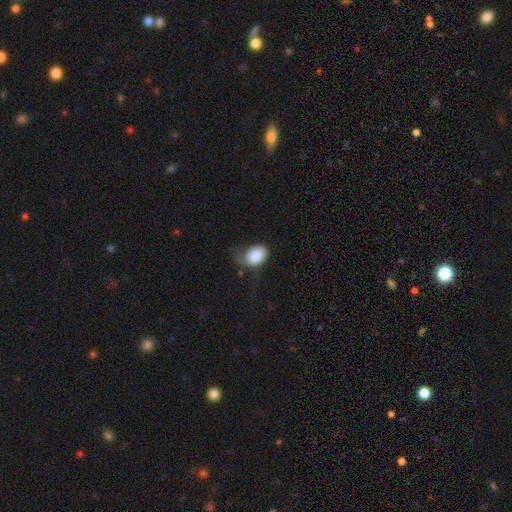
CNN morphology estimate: This appears to be a smooth galaxy with no disk features (79%) that is in between round and cigar-shaped (72%). Merging: none (37%, tied with minor disturbance).